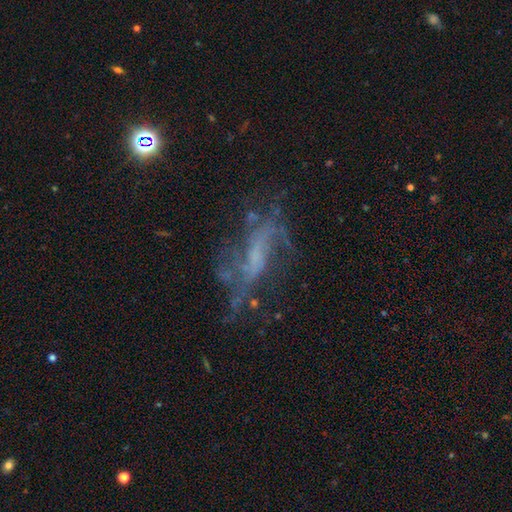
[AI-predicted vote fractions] Morphology: type=featured or disk (70%); edge-on=no (88%); bar=no (45%); spiral arms=yes (72%); bulge=none (40%); merging=none (50%).